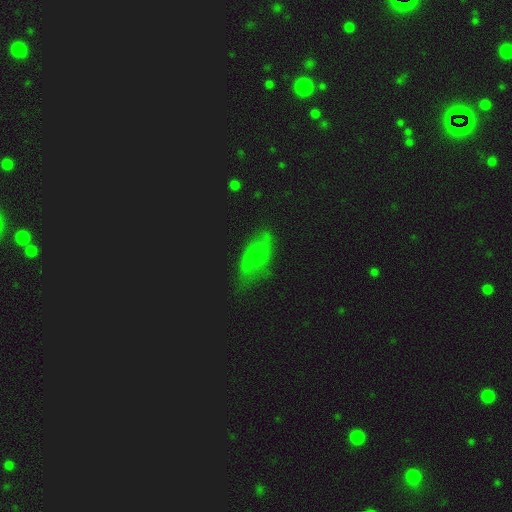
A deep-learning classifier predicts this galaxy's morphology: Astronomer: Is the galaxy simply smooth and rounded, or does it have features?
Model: featured or disk — 48% (runner-up: smooth, 36%).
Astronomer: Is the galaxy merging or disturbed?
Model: none — 63%.